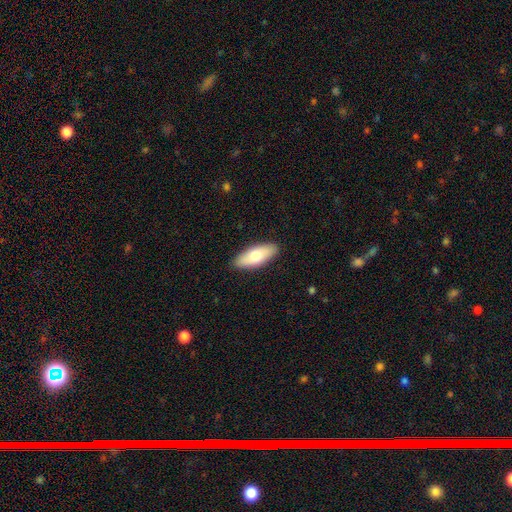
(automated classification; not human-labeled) Q: Smooth or featured?
A: smooth (71%); runner-up: featured or disk (23%)
Q: How rounded?
A: in between (78%); runner-up: cigar-shaped (20%)
Q: Merging?
A: none (89%); runner-up: minor disturbance (9%)